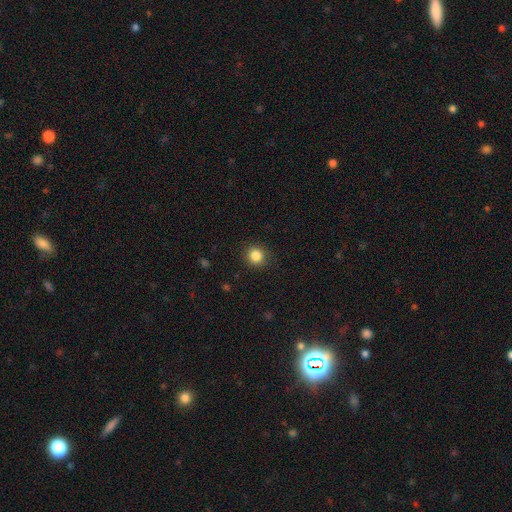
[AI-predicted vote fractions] The model was most divided on "smooth or featured": smooth: 85%, star or artifact: 11%, featured or disk: 4%. More confident: how rounded — round (90%); merging — none (89%).